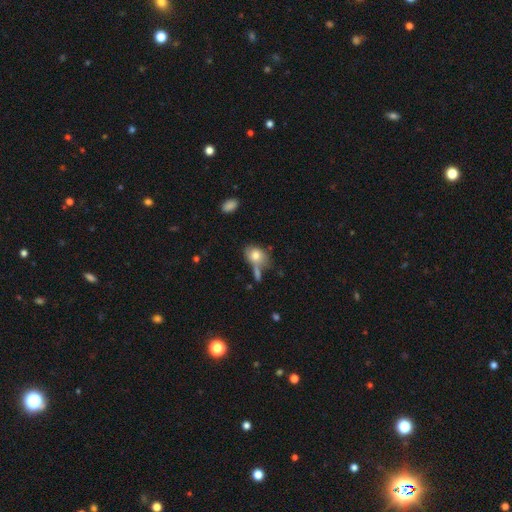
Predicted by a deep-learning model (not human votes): smooth_or_featured: smooth (p=0.76) [alt: featured or disk p=0.15]
how_rounded: in between (p=0.69) [alt: round p=0.29]
merging: none (p=0.45) [alt: merger p=0.23]